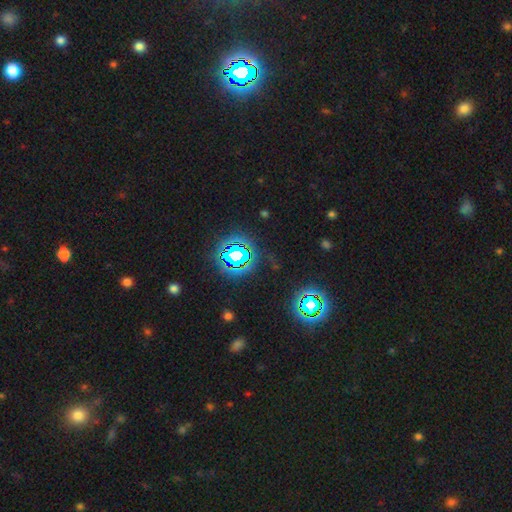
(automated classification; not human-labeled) The model was most divided on "smooth or featured": star or artifact: 81%, smooth: 12%, featured or disk: 7%.